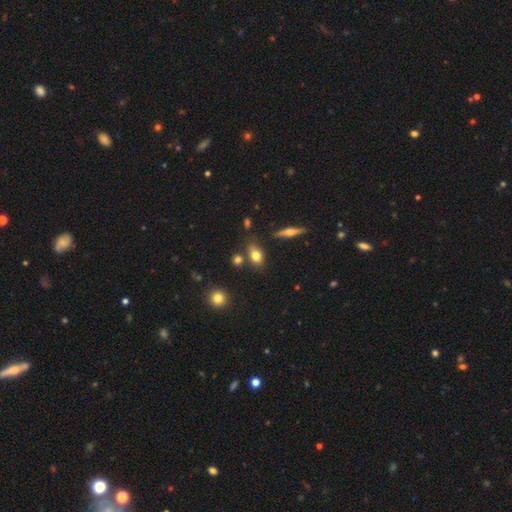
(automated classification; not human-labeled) This appears to be a smooth galaxy with no disk features (74%) that is in between round and cigar-shaped (69%). Merging: none (71%).